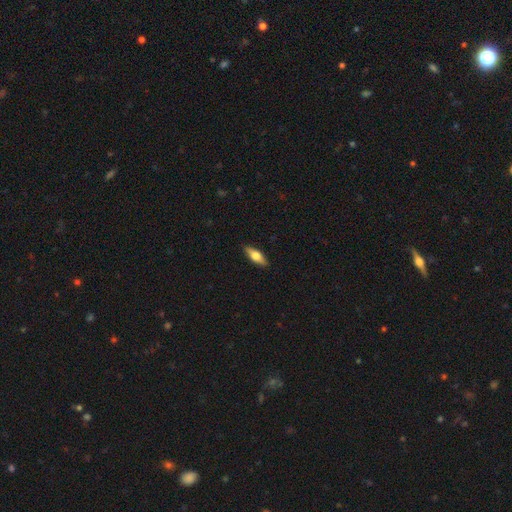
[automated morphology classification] This appears to be a smooth galaxy with no disk features (58%) that is in between round and cigar-shaped (60%). Merging: none (89%).